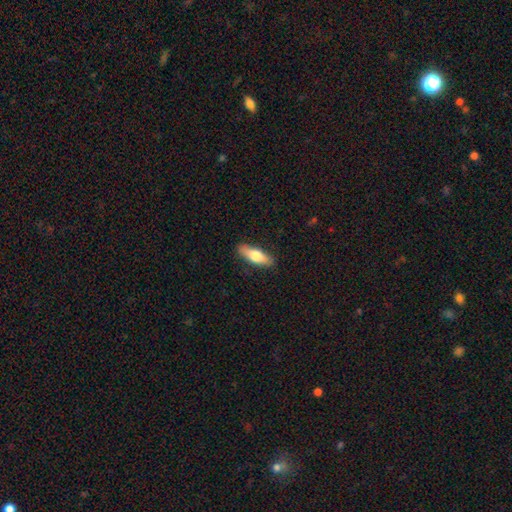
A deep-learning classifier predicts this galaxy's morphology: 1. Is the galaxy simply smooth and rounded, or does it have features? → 68% smooth, 27% featured or disk, 6% star or artifact.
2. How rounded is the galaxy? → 58% in between, 40% cigar-shaped, 3% round.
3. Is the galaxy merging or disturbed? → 87% none, 10% minor disturbance, 2% major disturbance, 1% merger.